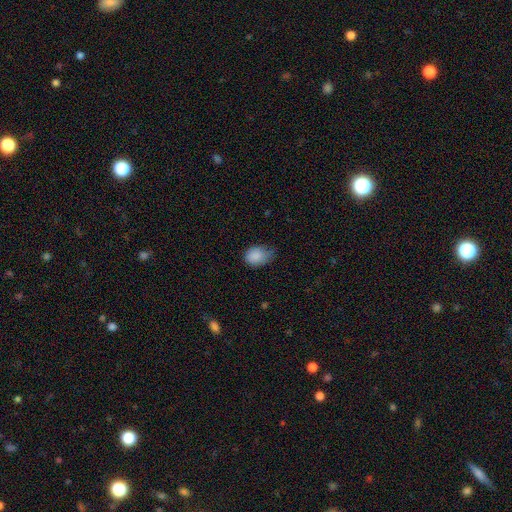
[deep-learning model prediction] Smooth or featured? Predicted: smooth (p=0.86). How rounded? Predicted: in between (p=0.65). Merging? Predicted: minor disturbance (p=0.45).